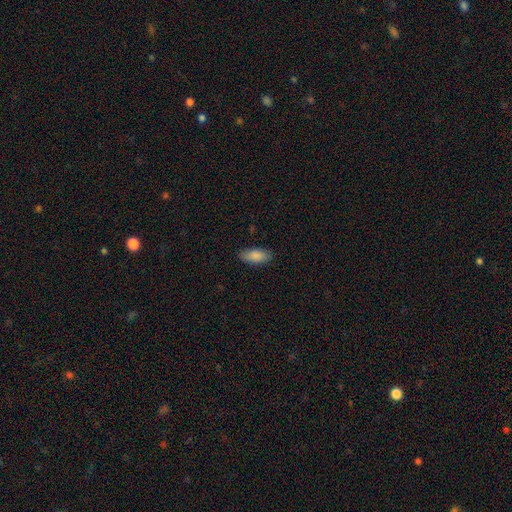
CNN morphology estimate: This is clearly a smooth galaxy (88%). How rounded: clearly in between (85%). Merging: clearly none (86%).